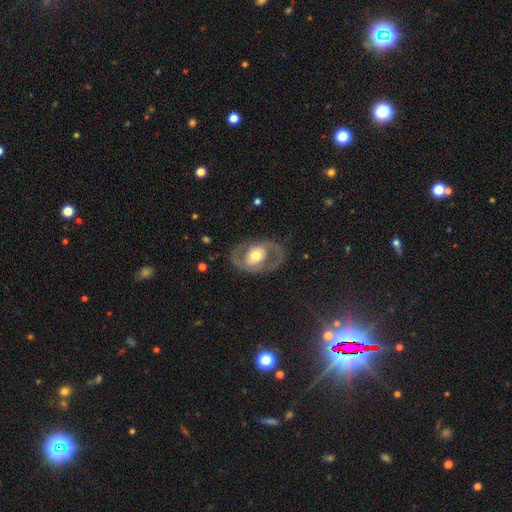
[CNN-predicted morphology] Overall: featured or disk (71%). Edge-on disk: no (94%). Bar: no (60%; weak 27%). Spiral arms: yes (57%; no 43%). Bulge size: moderate (65%). Merging: none (75%).